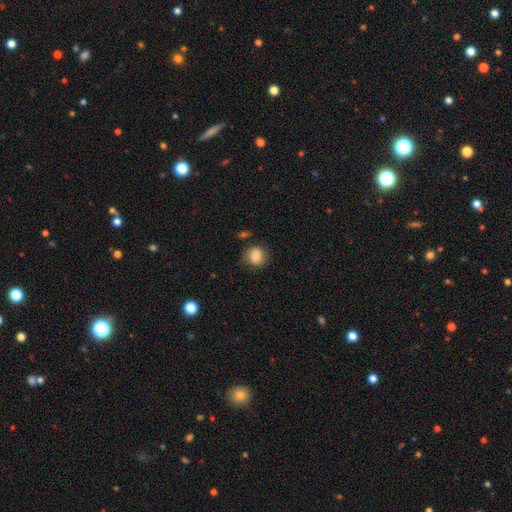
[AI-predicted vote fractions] A smooth galaxy with no disk features (81%) that is round (79%). Merging: none (77%).